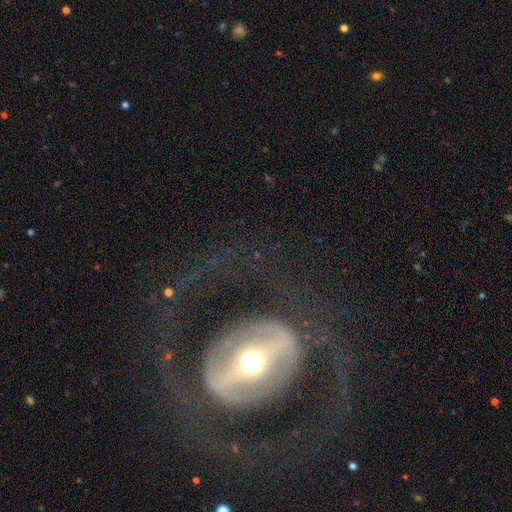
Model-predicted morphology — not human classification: Overall: featured or disk (81%). Edge-on disk: no (89%). Bar: strong (63%). Spiral arms: no (54%; yes 46%). Bulge size: moderate (63%). Merging: none (71%).